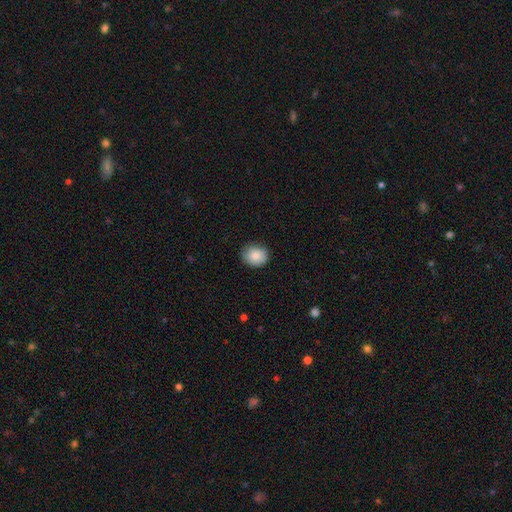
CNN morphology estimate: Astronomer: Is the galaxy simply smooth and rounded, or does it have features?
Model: smooth — 87%.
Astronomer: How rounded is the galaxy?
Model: round — 65%.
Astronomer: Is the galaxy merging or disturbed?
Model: none — 84%.